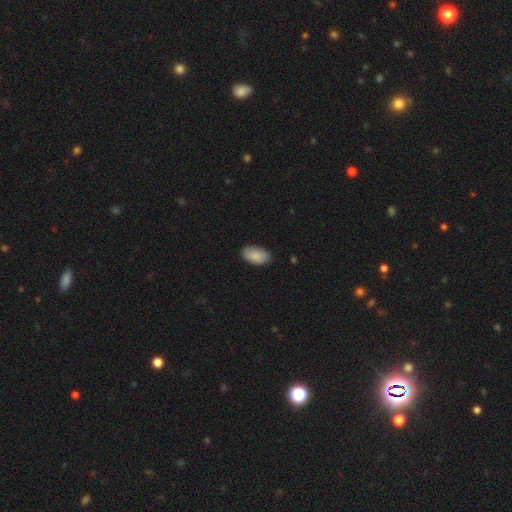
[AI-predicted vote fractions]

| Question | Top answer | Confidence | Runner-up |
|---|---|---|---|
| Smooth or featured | smooth | 87% | featured or disk (7%) |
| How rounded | in between | 94% | round (4%) |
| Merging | none | 81% | minor disturbance (15%) |